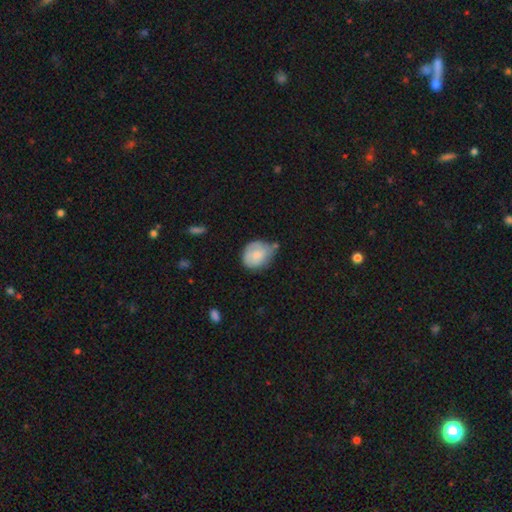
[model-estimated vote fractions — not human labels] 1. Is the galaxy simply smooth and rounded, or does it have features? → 68% smooth, 25% featured or disk, 7% star or artifact.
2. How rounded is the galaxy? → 51% round, 48% in between, 1% cigar-shaped.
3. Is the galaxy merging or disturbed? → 46% none, 37% minor disturbance, 10% major disturbance, 7% merger.